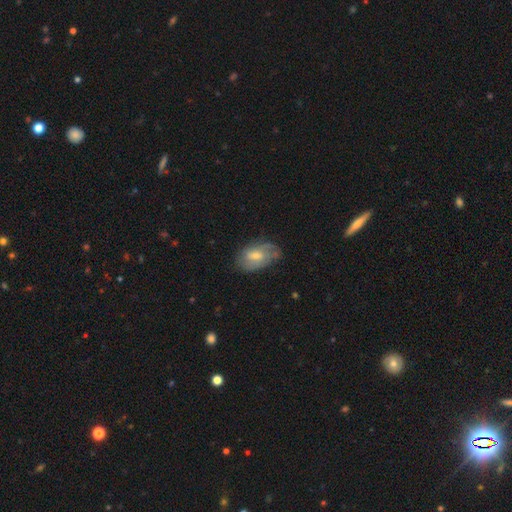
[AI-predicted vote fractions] smooth-or-featured: featured or disk: 59% | smooth: 32% | star or artifact: 8%
  disk-edge-on: no: 94% | yes: 6%
    bar: no: 51% | weak: 42% | strong: 7%
    has-spiral-arms: yes: 81% | no: 19%
    bulge-size: moderate: 55% | small: 36% | large: 4% | none: 4% | dominant: 1%
  merging: none: 66% | minor disturbance: 24% | major disturbance: 8% | merger: 1%